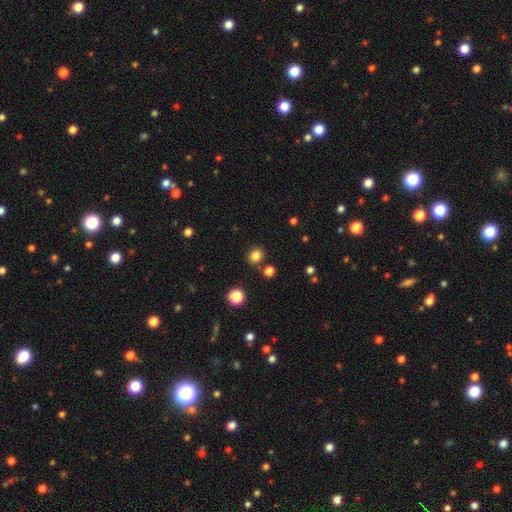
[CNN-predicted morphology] The model was most divided on "how rounded": round: 79%, in between: 20%, cigar-shaped: 1%. More confident: merging — none (83%); smooth or featured — smooth (82%).